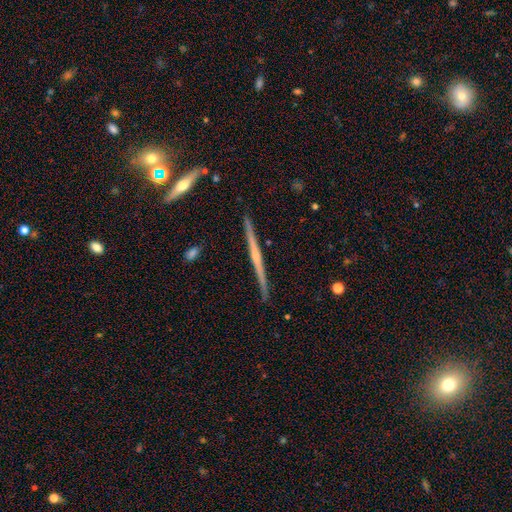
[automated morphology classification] smooth_or_featured: featured or disk (p=0.73) [alt: smooth p=0.21]
disk_edge_on: yes (p=0.98) [alt: no p=0.02]
edge_on_bulge: none (p=0.52) [alt: rounded p=0.39]
merging: none (p=0.89) [alt: minor disturbance p=0.08]